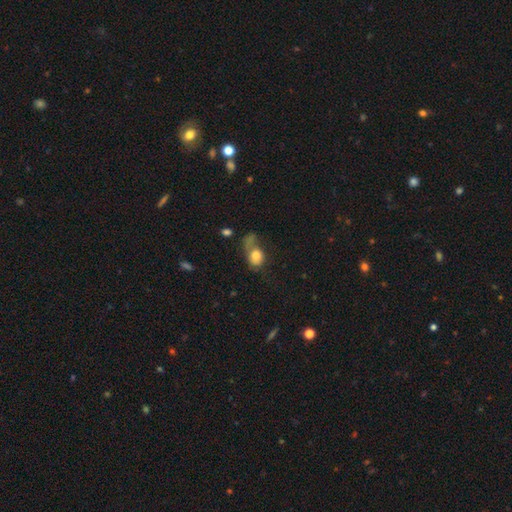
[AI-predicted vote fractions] Q: Smooth or featured?
A: smooth (75%); runner-up: featured or disk (16%)
Q: How rounded?
A: in between (60%); runner-up: round (38%)
Q: Merging?
A: major disturbance (36%); runner-up: none (27%)